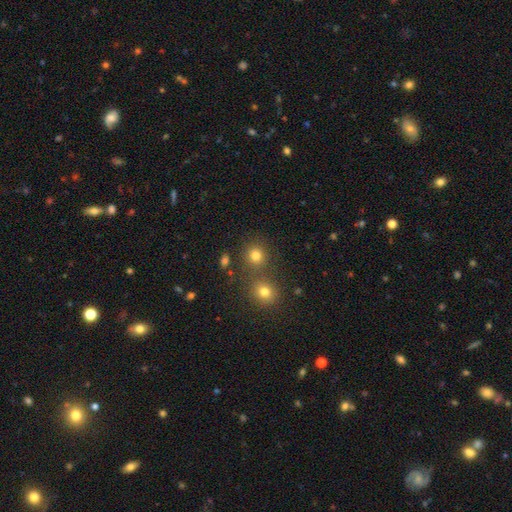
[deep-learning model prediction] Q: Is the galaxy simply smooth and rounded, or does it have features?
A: smooth — 78%.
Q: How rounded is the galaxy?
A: round — 87%.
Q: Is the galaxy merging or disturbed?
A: none — 72%.